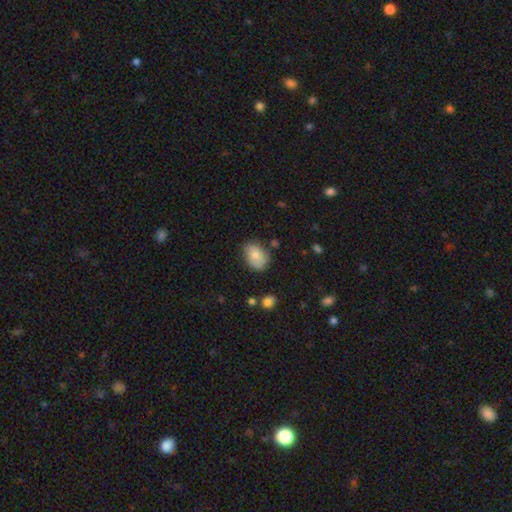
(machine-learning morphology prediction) A smooth galaxy with no disk features (79%) that is in between round and cigar-shaped (78%). Merging: none (67%).